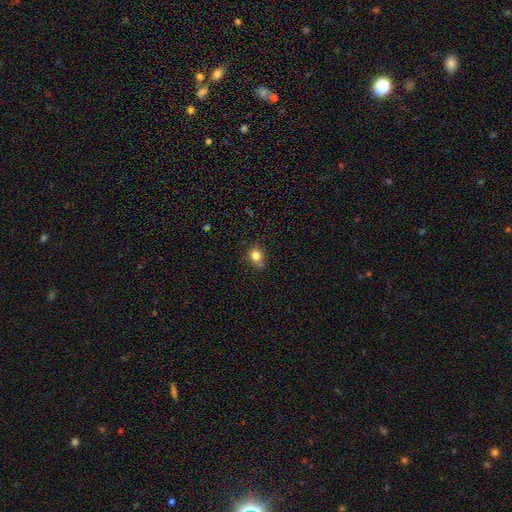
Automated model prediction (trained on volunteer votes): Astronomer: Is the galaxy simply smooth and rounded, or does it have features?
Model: smooth — 80%.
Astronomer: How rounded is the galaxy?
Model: round — 73%.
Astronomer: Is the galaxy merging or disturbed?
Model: none — 71%.